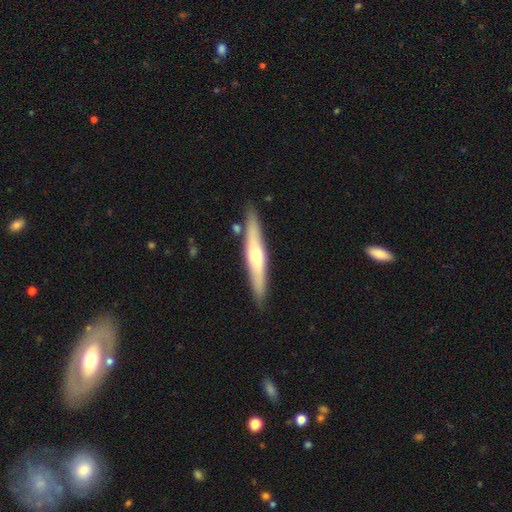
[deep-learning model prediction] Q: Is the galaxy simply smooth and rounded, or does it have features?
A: featured or disk — 53%.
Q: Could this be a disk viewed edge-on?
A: yes — 90%.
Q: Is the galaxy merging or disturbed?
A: none — 85%.